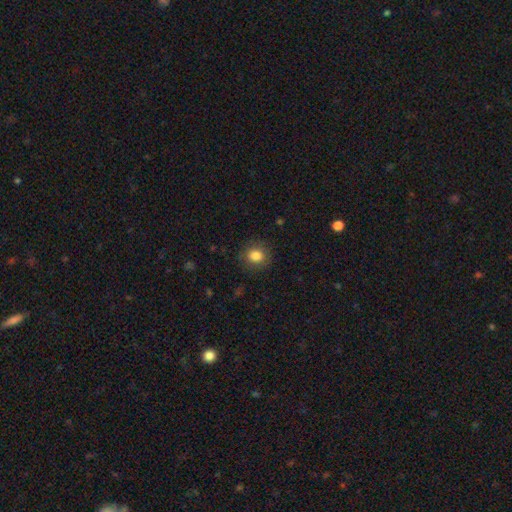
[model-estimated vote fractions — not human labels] This appears to be a smooth galaxy with no disk features (84%) that is round (80%). Merging: none (86%).